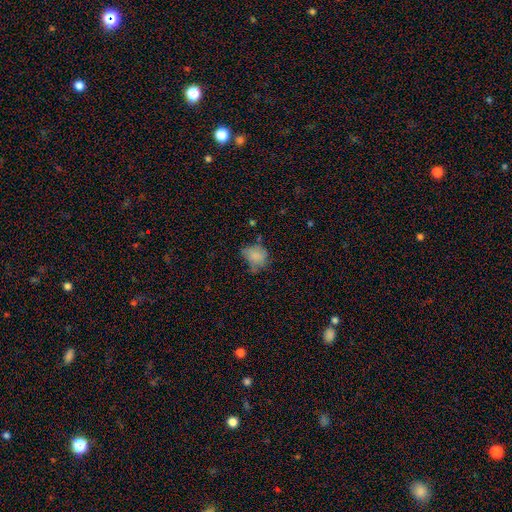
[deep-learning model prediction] A smooth galaxy with no disk features (73%) that is in between round and cigar-shaped (49%, tied with round). Merging: none (45%).